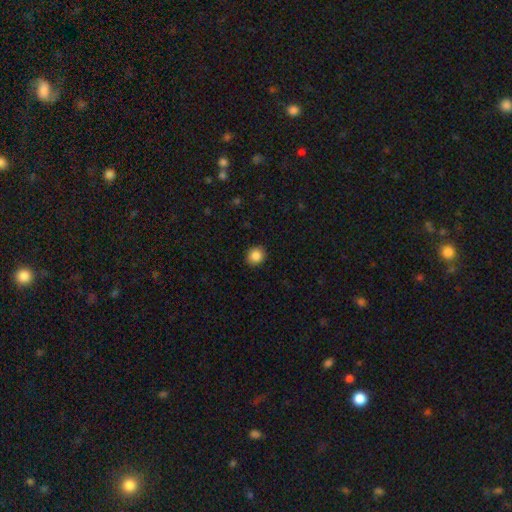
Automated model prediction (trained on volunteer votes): The model was most divided on "how rounded": round: 78%, in between: 21%, cigar-shaped: 1%. More confident: merging — none (91%); smooth or featured — smooth (87%).